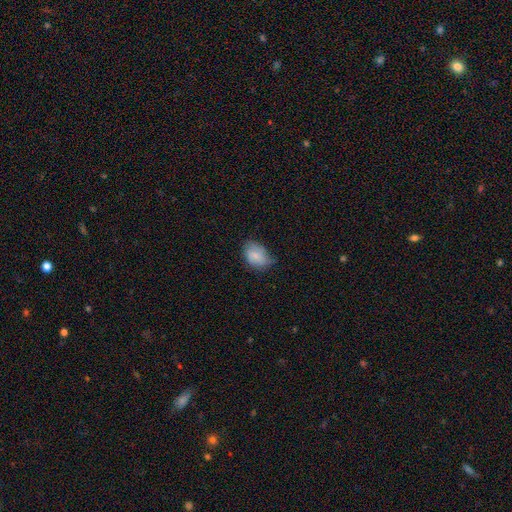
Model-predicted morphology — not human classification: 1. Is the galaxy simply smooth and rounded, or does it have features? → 77% smooth, 16% featured or disk, 7% star or artifact.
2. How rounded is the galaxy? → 79% in between, 20% round, 1% cigar-shaped.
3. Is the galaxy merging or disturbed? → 54% none, 37% minor disturbance, 8% major disturbance, 1% merger.